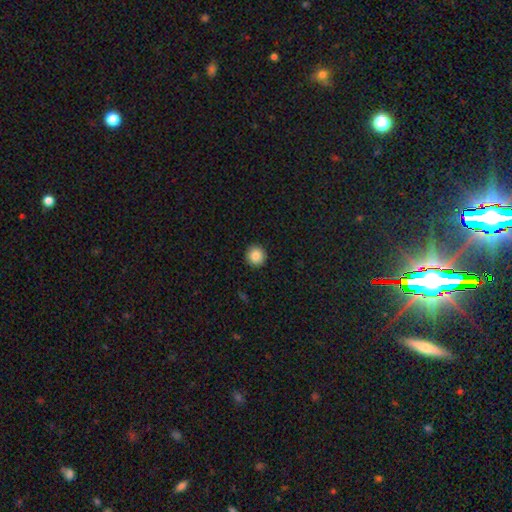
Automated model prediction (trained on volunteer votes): smooth_or_featured: smooth (p=0.86) [alt: star or artifact p=0.09]
how_rounded: round (p=0.95) [alt: in between p=0.04]
merging: none (p=0.93) [alt: minor disturbance p=0.05]